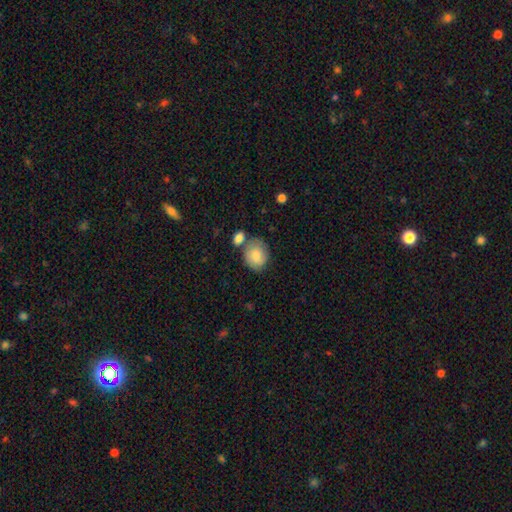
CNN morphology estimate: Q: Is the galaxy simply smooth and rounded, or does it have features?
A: smooth — 79%.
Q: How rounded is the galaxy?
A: round — 58%.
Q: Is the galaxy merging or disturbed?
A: none — 57%.